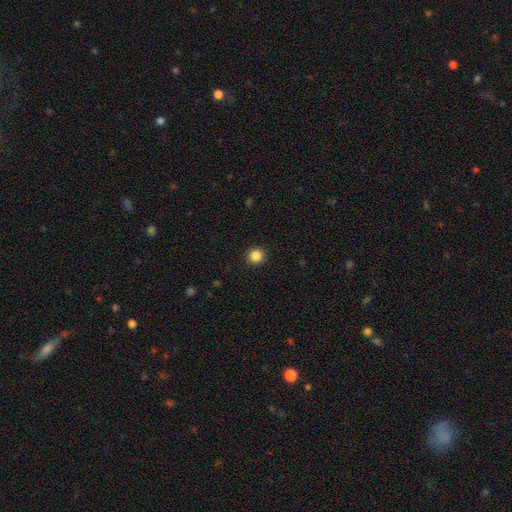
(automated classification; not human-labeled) smooth_or_featured: smooth (p=0.86) [alt: star or artifact p=0.11]
how_rounded: round (p=0.95) [alt: in between p=0.04]
merging: none (p=0.93) [alt: minor disturbance p=0.04]